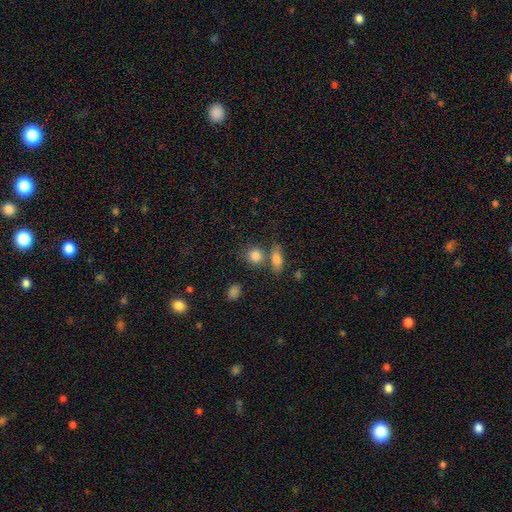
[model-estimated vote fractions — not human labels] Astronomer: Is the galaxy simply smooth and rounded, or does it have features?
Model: smooth — 83%.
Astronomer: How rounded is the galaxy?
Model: round — 68%.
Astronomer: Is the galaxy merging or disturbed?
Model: none — 57%.